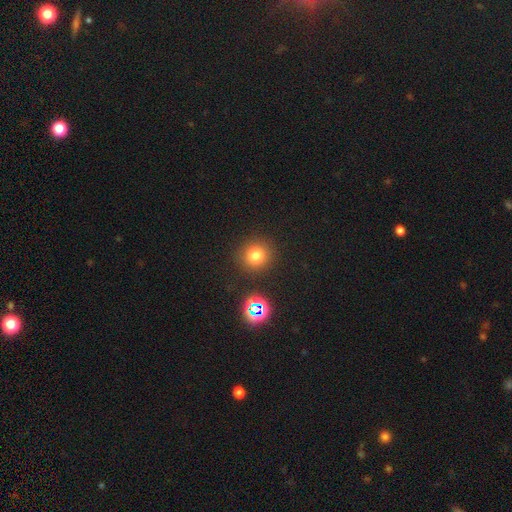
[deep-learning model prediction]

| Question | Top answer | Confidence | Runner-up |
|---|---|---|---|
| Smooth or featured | smooth | 75% | star or artifact (18%) |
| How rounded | round | 93% | in between (6%) |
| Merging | none | 88% | minor disturbance (6%) |